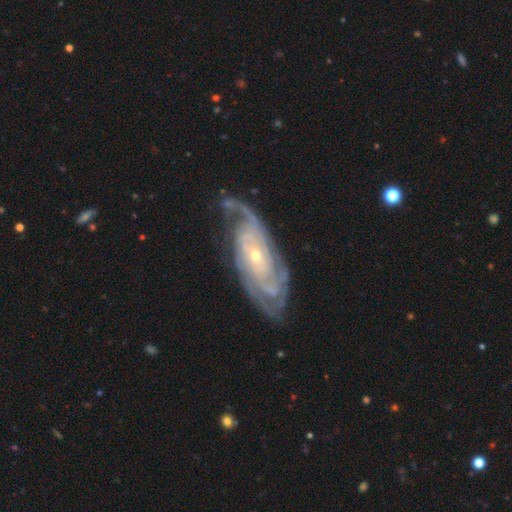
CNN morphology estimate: Smooth or featured: featured or disk — 89% (smooth — 6%)
Edge-on disk: no — 93% (yes — 7%)
Bar: no — 69% (weak — 23%)
Spiral arms: yes — 97% (no — 3%)
Spiral winding: tight — 63% (medium — 29%)
Spiral arm count: can't tell — 29% (2 — 27%)
Bulge size: small — 74% (moderate — 23%)
Merging: none — 67% (minor disturbance — 20%)